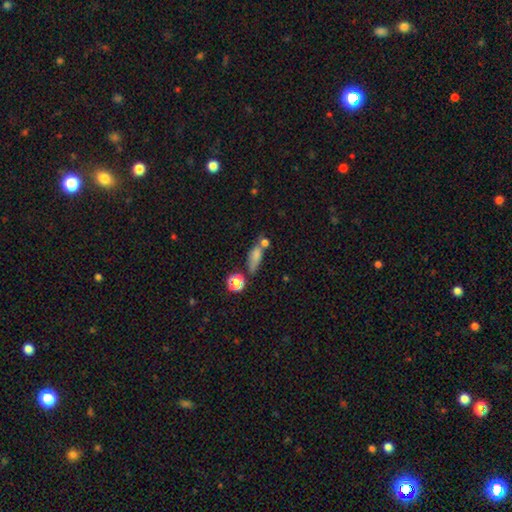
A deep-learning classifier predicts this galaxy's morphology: This appears to be a smooth galaxy with no disk features (70%) that is in between round and cigar-shaped (59%). Merging: none (41%).